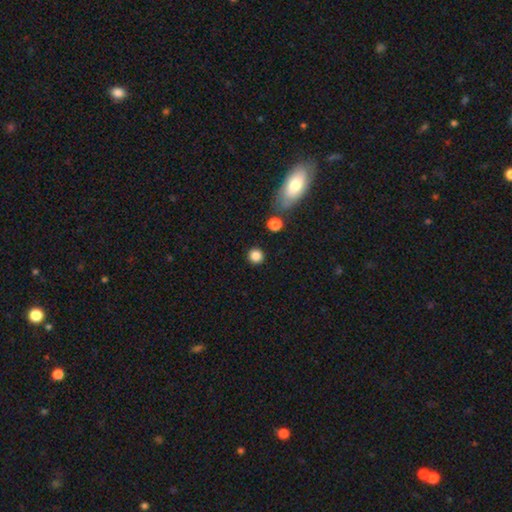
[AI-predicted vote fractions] Smooth or featured? Predicted: smooth (p=0.85). How rounded? Predicted: round (p=0.94). Merging? Predicted: none (p=0.89).